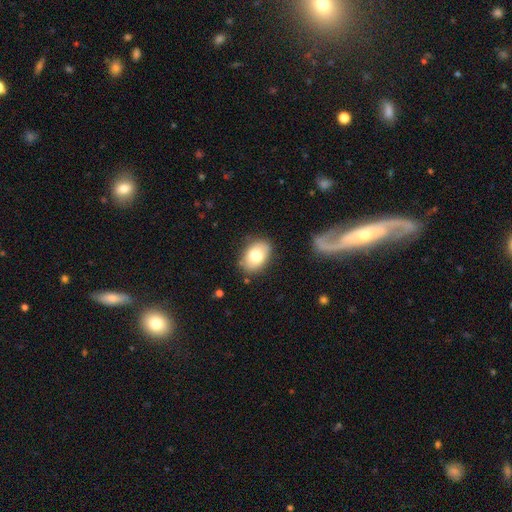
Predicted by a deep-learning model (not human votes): Morphology: type=smooth (78%); roundness=in between (85%); merging=none (81%).